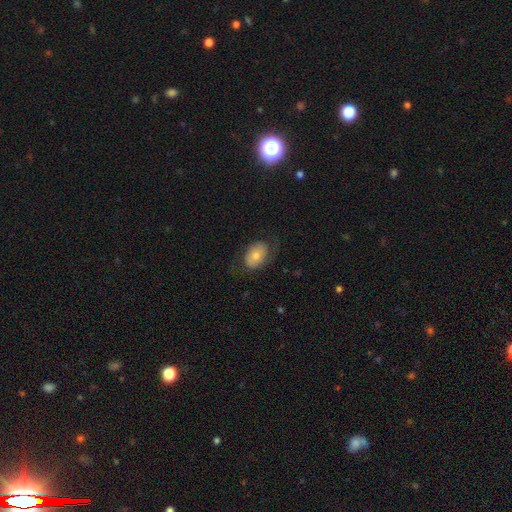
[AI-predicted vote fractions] smooth 64%, featured or disk 29%, star or artifact 7%. Down the decision tree: how rounded — in between (81%); merging — none (66%).